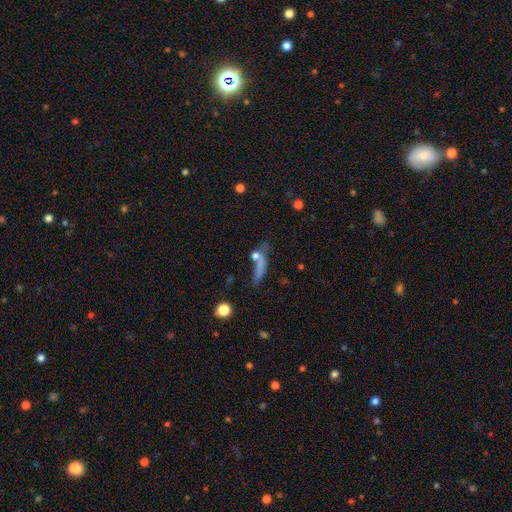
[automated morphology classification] smooth-or-featured: smooth: 61% | featured or disk: 24% | star or artifact: 14%
  how-rounded: cigar-shaped: 55% | in between: 31% | round: 14%
  merging: none: 35% | merger: 28% | major disturbance: 21% | minor disturbance: 16%